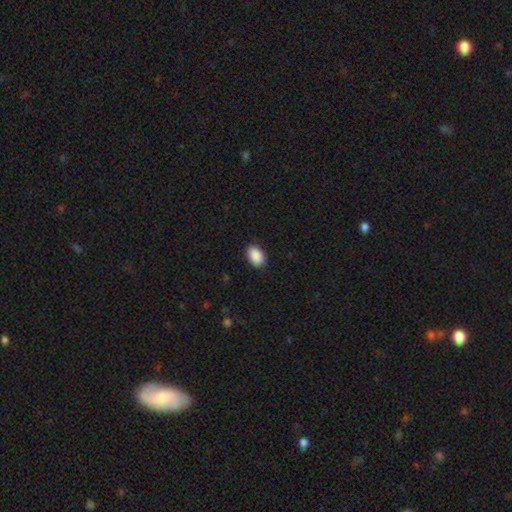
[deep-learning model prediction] This appears to be a smooth galaxy with no disk features (91%) that is in between round and cigar-shaped (89%). Merging: none (88%).